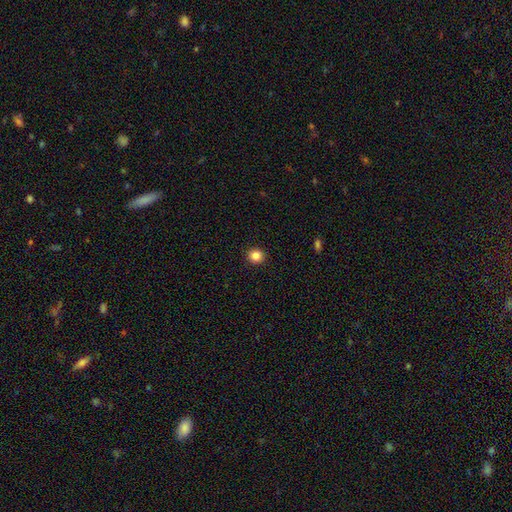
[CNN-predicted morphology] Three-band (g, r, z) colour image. It shows a smooth galaxy with no disk features (85%) that is round (92%). Merging: none (93%).